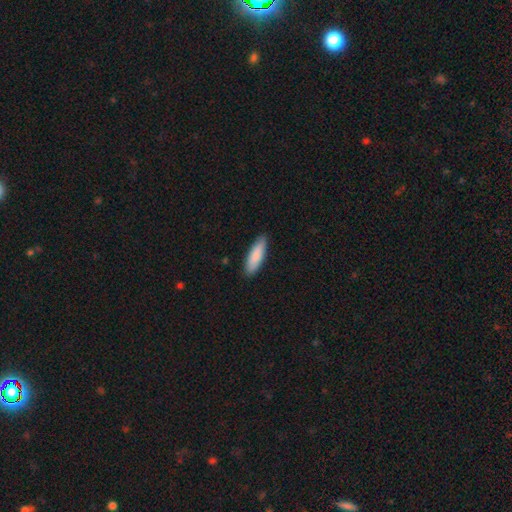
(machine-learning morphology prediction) smooth 88%, featured or disk 8%, star or artifact 5%. Down the decision tree: how rounded — cigar-shaped (52%); merging — none (88%).